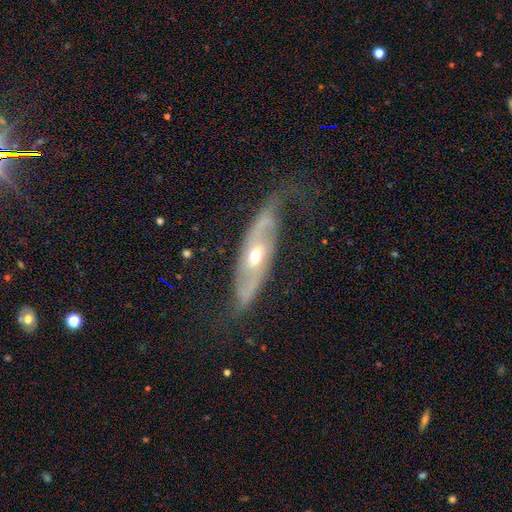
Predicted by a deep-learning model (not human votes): Smooth or featured? featured or disk (70%)
Edge-on disk? no (71%)
Bar? no (66%)
Spiral arms? yes (69%)
Bulge size? moderate (68%)
Merging? none (61%)